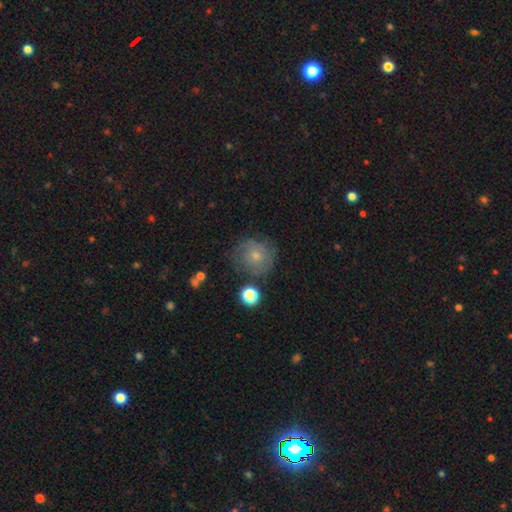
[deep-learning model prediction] This appears to be a smooth galaxy with no disk features (59%) that is round (88%). Merging: none (66%).